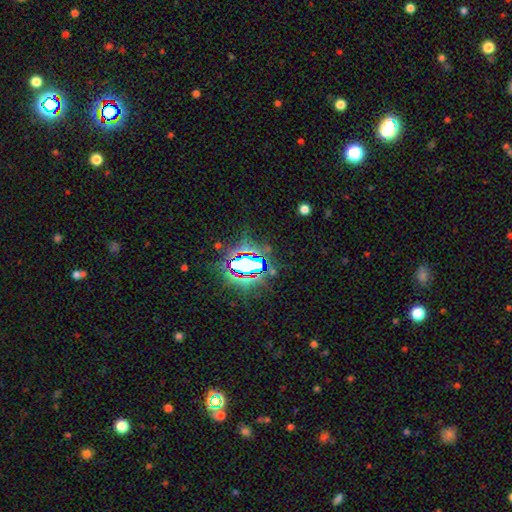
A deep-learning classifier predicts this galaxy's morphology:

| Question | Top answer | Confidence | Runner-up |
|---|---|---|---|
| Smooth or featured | star or artifact | 77% | smooth (13%) |